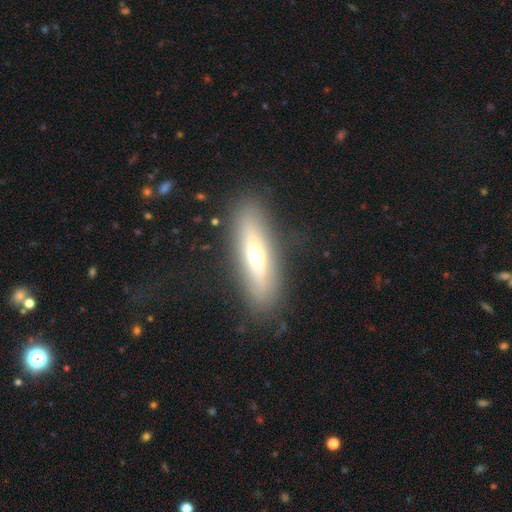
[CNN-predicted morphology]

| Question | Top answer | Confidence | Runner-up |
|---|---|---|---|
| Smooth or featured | smooth | 46% | tied: featured or disk (46%) |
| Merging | none | 83% | minor disturbance (11%) |